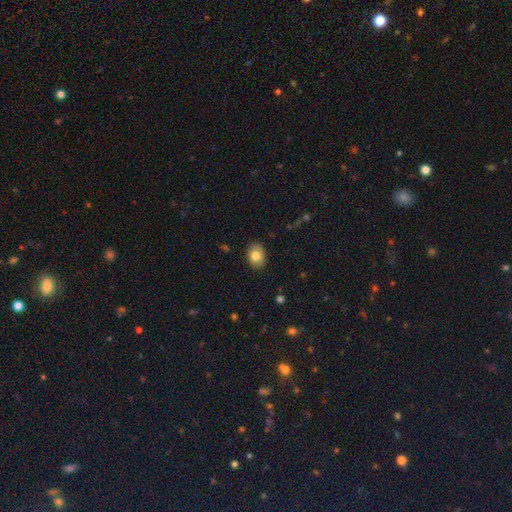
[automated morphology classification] This appears to be a smooth galaxy with no disk features (80%) that is in between round and cigar-shaped (69%). Merging: none (86%).